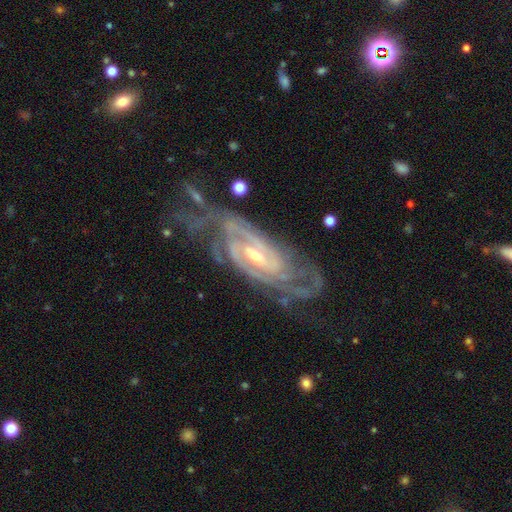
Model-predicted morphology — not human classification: smooth-or-featured: featured or disk: 91% | star or artifact: 5% | smooth: 3%
  disk-edge-on: no: 95% | yes: 5%
    bar: weak: 41% | no: 33% | strong: 26%
    has-spiral-arms: yes: 98% | no: 2%
      spiral-winding: tight: 65% | medium: 29% | loose: 6%
      spiral-arm-count: 2: 32% | 3: 22% | can't tell: 20% | 4: 14% | more than 4: 7% | 1: 6%
    bulge-size: small: 53% | moderate: 43% | large: 2% | none: 1% | dominant: 1%
  merging: none: 58% | minor disturbance: 22% | major disturbance: 16% | merger: 4%